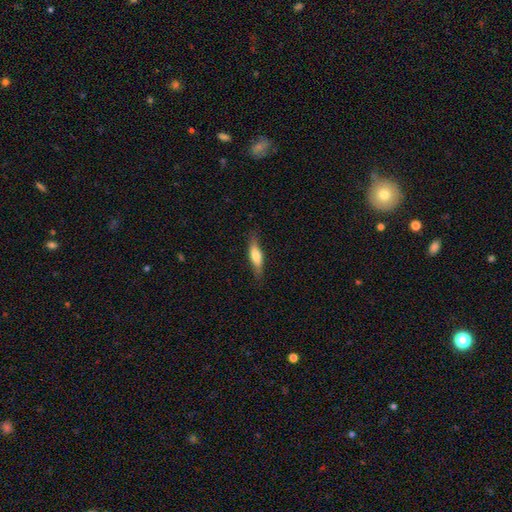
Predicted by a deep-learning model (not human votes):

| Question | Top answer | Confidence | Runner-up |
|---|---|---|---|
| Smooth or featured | smooth | 64% | featured or disk (30%) |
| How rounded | cigar-shaped | 60% | in between (38%) |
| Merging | none | 78% | minor disturbance (17%) |